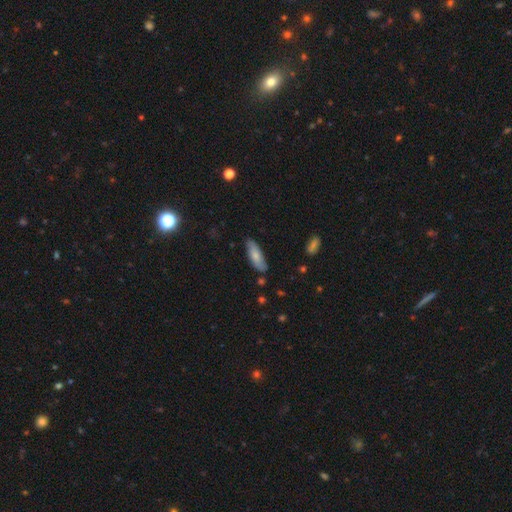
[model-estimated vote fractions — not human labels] Smooth or featured?
  - smooth: 72% *
  - featured or disk: 22%
  - star or artifact: 6%
How rounded?
  - in between: 64% *
  - cigar-shaped: 34%
  - round: 2%
Merging?
  - none: 79% *
  - minor disturbance: 16%
  - major disturbance: 3%
  - merger: 2%